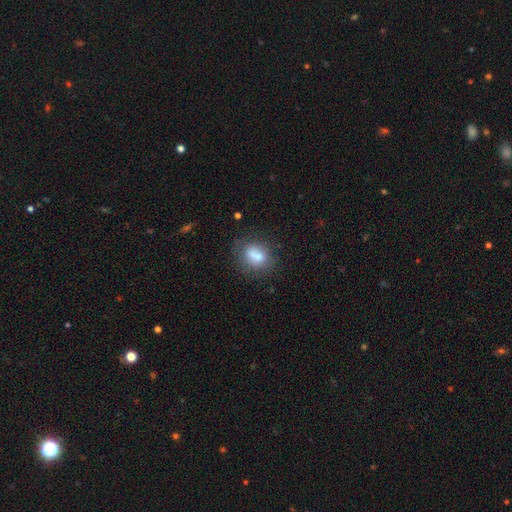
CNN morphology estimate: Smooth or featured?
  - smooth: 74% *
  - featured or disk: 16%
  - star or artifact: 10%
How rounded?
  - in between: 61% *
  - round: 36%
  - cigar-shaped: 3%
Merging?
  - none: 54% *
  - minor disturbance: 21%
  - merger: 17%
  - major disturbance: 8%